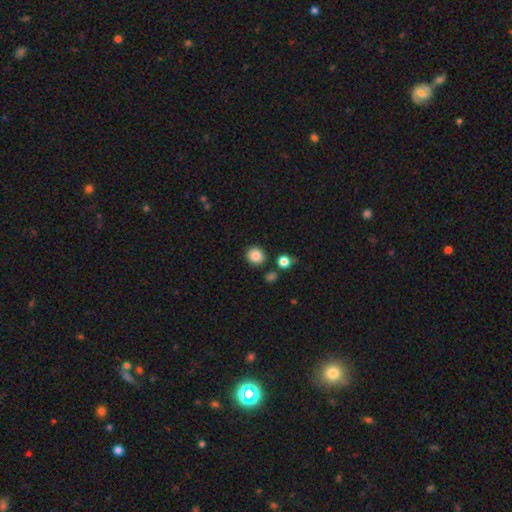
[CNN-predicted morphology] Smooth or featured? Predicted: smooth (p=0.86). How rounded? Predicted: round (p=0.87). Merging? Predicted: none (p=0.86).